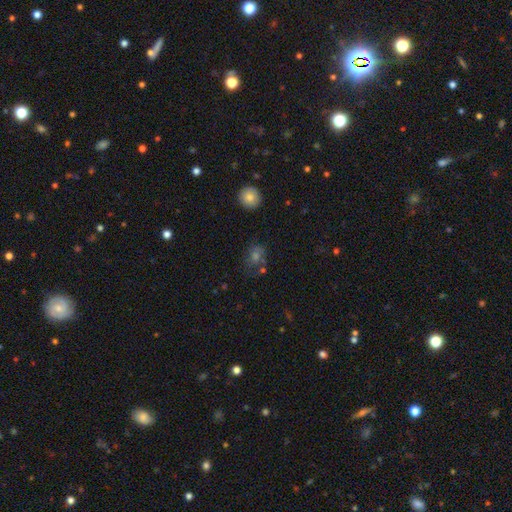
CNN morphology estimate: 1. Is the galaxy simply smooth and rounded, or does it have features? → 44% smooth, 29% star or artifact, 27% featured or disk.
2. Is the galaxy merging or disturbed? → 61% none, 17% minor disturbance, 13% major disturbance, 8% merger.